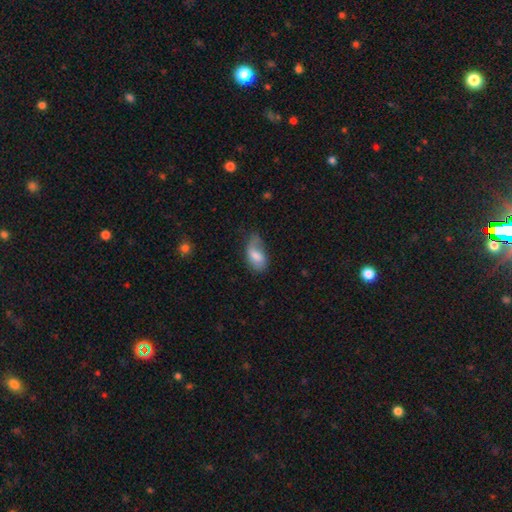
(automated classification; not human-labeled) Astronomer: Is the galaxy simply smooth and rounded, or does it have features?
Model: smooth — 73%.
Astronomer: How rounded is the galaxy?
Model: in between — 93%.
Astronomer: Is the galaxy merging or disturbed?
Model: none — 41% (runner-up: minor disturbance, 37%).